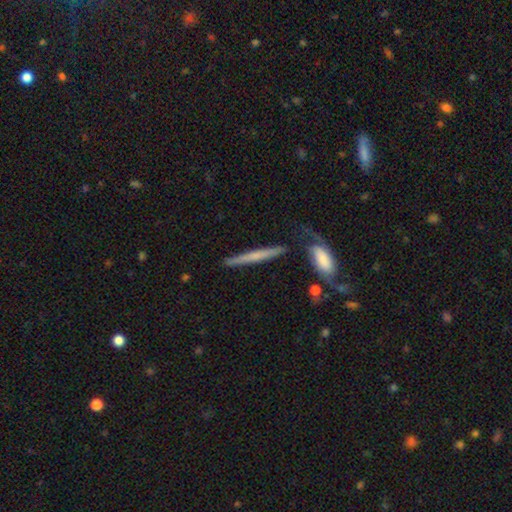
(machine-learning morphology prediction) Smooth or featured: featured or disk — 48% (smooth — 46%)
Merging: none — 68% (minor disturbance — 16%)